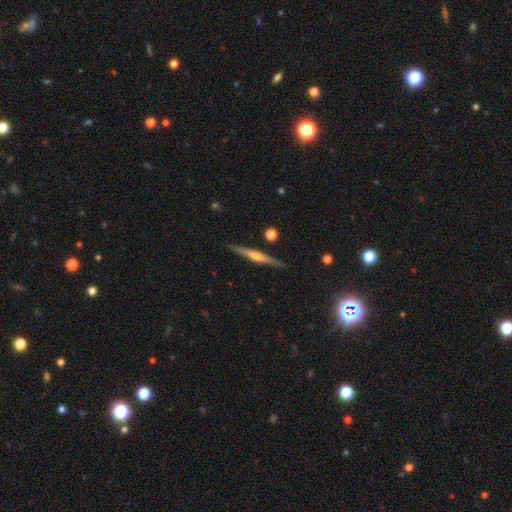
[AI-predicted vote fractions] smooth_or_featured: featured or disk (p=0.71) [alt: smooth p=0.22]
disk_edge_on: yes (p=0.98) [alt: no p=0.02]
edge_on_bulge: rounded (p=0.71) [alt: none p=0.19]
merging: none (p=0.90) [alt: minor disturbance p=0.07]